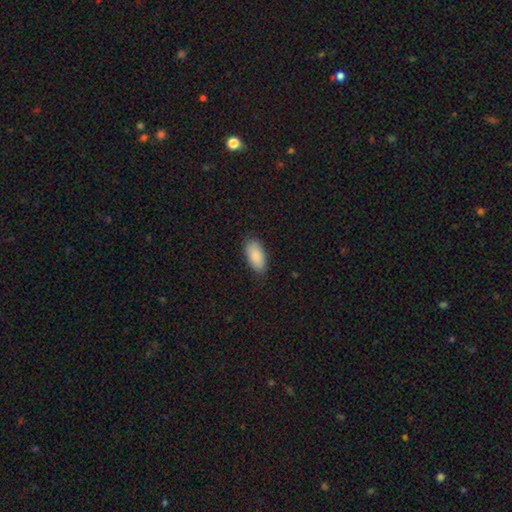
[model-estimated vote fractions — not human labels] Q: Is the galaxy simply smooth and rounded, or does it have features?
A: smooth — 89%.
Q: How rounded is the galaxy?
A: in between — 91%.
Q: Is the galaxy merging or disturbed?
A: none — 84%.